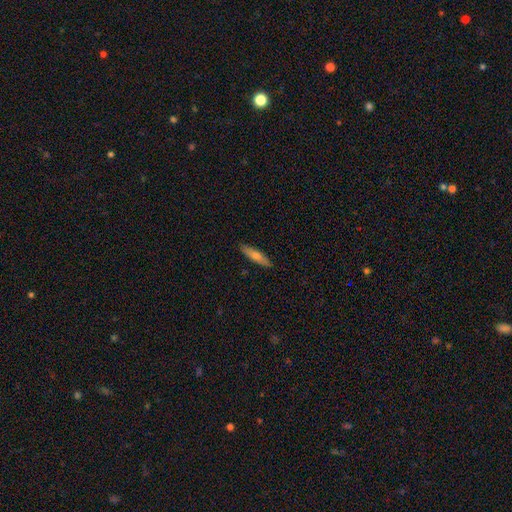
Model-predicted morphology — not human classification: type=smooth (60%); roundness=cigar-shaped (76%); merging=none (89%).